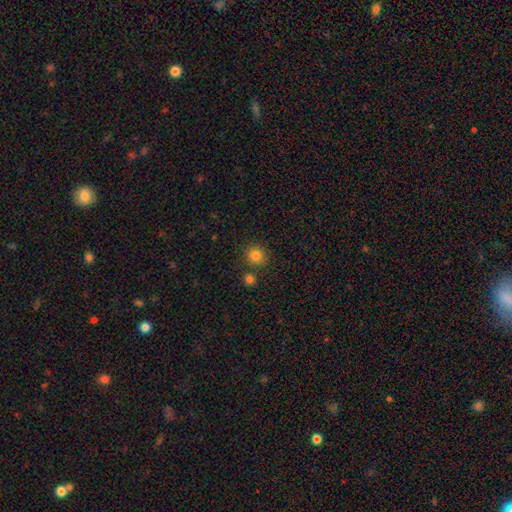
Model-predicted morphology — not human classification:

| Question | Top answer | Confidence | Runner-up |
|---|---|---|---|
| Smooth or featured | smooth | 81% | star or artifact (13%) |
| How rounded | round | 91% | in between (8%) |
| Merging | none | 80% | merger (10%) |